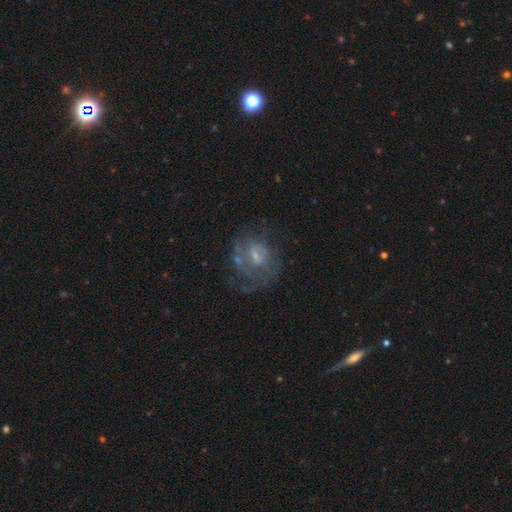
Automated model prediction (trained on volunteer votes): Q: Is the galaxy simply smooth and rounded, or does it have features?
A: featured or disk — 68%.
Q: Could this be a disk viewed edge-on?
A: no — 97%.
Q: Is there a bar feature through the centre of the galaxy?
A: no — 48%.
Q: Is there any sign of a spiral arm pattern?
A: yes — 67%.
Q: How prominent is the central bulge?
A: small — 56%.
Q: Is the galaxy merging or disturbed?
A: none — 48%.